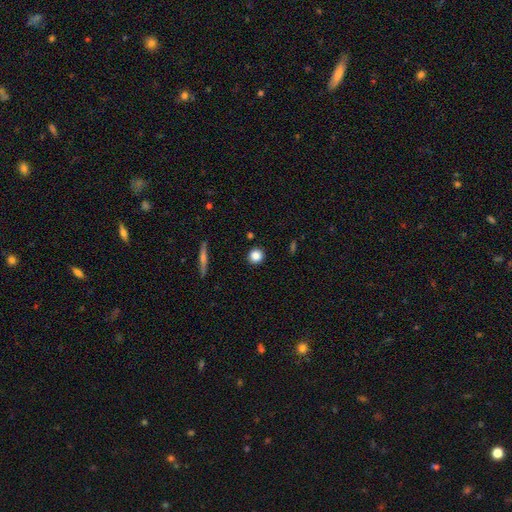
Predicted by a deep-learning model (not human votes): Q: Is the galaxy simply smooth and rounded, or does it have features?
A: smooth — 84%.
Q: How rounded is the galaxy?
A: round — 91%.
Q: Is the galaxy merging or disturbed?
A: none — 91%.